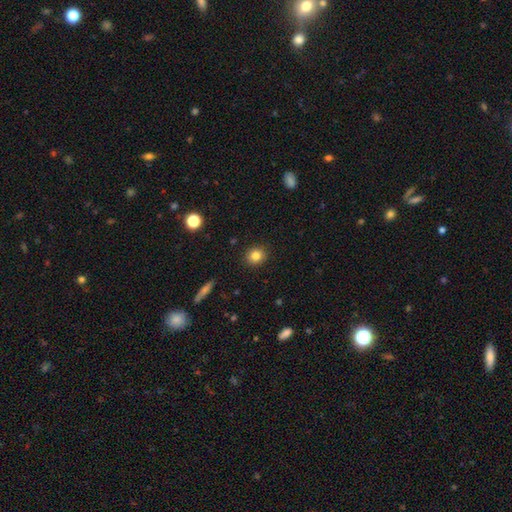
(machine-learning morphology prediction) Smooth or featured? Predicted: smooth (p=0.82). How rounded? Predicted: round (p=0.81). Merging? Predicted: none (p=0.91).